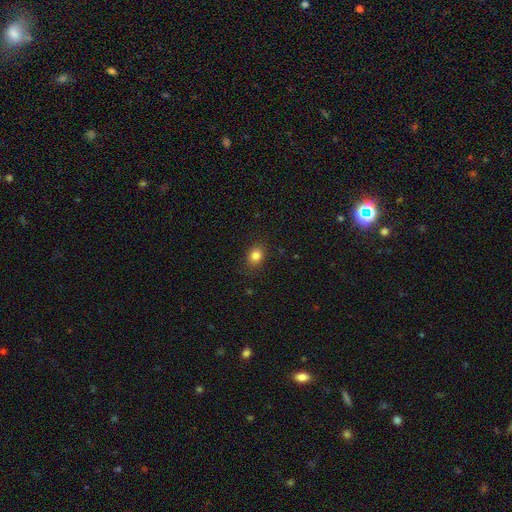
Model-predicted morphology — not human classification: Overall: smooth (83%). How rounded: round (52%; in between 47%). Merging: none (86%).